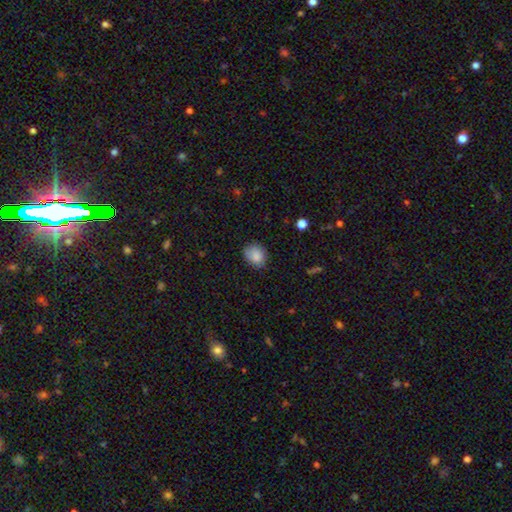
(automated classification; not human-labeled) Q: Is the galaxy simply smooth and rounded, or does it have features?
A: smooth — 85%.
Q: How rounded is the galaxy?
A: round — 54%.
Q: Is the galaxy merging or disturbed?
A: none — 73%.